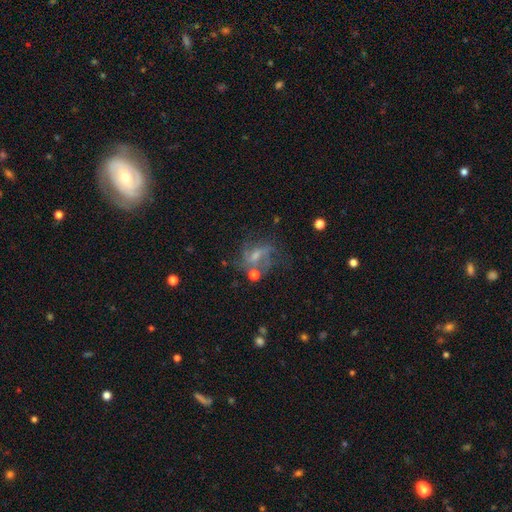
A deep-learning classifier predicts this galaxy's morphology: A featured or disk galaxy (62%) with a weak bar (46%), spiral arms (77%) and a small central bulge (49%).

Vote fractions:
- Smooth or featured? featured or disk: 62% / star or artifact: 20% / smooth: 18%
- Edge-on disk? no: 95% / yes: 5%
- Bar? weak: 46% / no: 38% / strong: 16%
- Spiral arms? yes: 77% / no: 23%
- Bulge size? small: 49% / moderate: 34% / none: 13% / large: 3% / dominant: 2%
- Merging? none: 51% / major disturbance: 22% / minor disturbance: 18% / merger: 10%